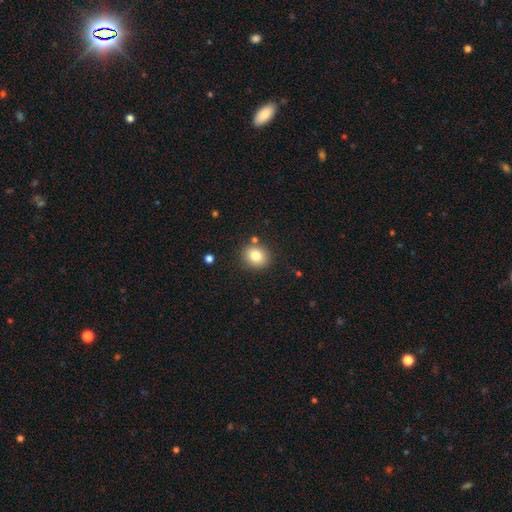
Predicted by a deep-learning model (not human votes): This is clearly a smooth galaxy (80%). How rounded: likely round (78%). Merging: clearly none (84%).